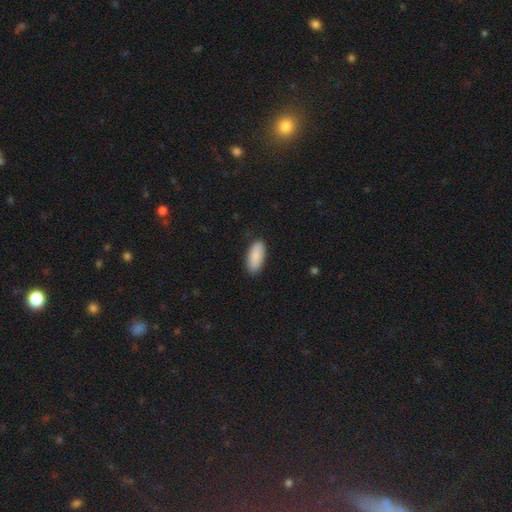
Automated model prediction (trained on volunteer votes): This is clearly a smooth galaxy (87%). How rounded: clearly in between (88%). Merging: clearly none (87%).